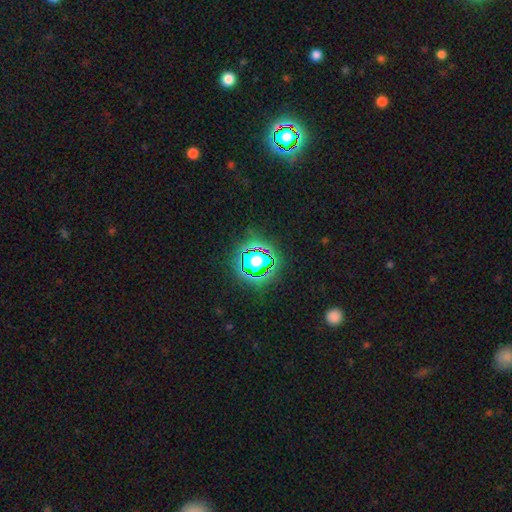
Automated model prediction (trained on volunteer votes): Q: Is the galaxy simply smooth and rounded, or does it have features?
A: star or artifact — 80%.